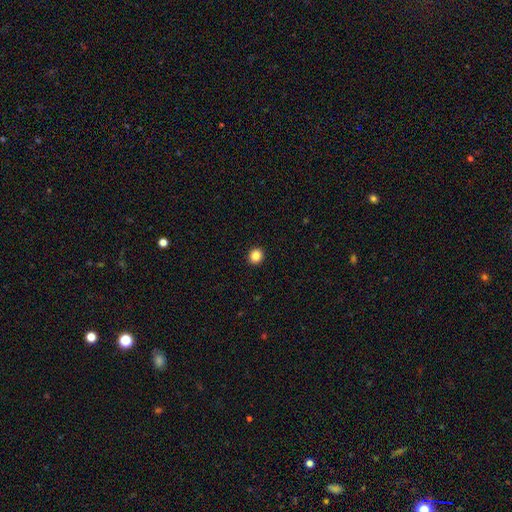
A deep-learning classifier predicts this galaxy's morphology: Q: Smooth or featured?
A: smooth (86%); runner-up: star or artifact (10%)
Q: How rounded?
A: round (86%); runner-up: in between (14%)
Q: Merging?
A: none (93%); runner-up: minor disturbance (4%)